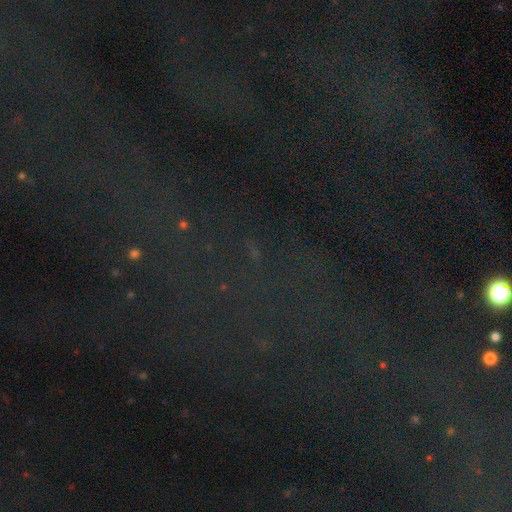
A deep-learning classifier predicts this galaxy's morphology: This is likely a star or artifact rather than a galaxy (75%).